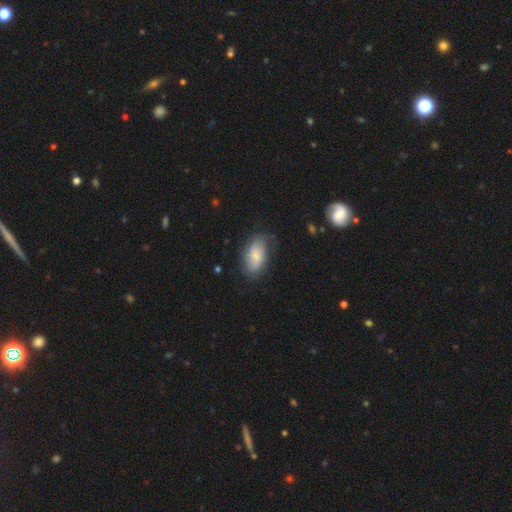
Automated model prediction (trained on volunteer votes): This is likely a smooth galaxy (63%). How rounded: clearly in between (91%). Merging: likely none (65%).